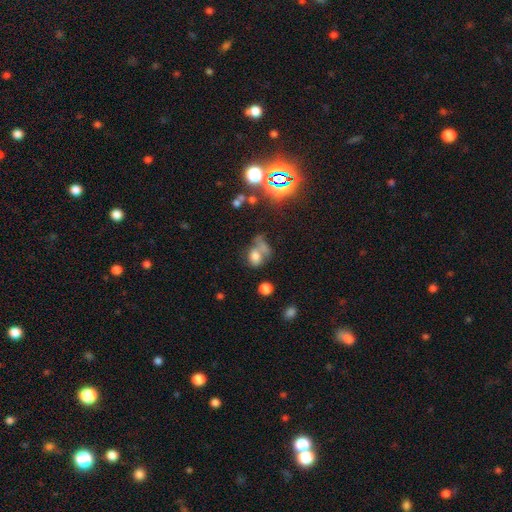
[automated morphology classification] Smooth or featured: smooth — 65% (star or artifact — 20%)
How rounded: in between — 64% (round — 34%)
Merging: merger — 40% (none — 30%)